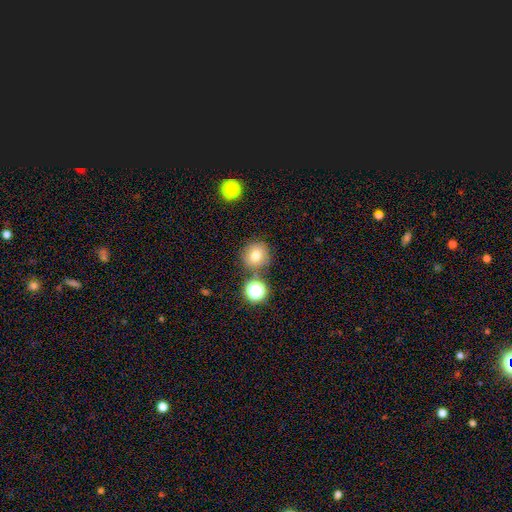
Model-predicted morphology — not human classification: smooth-or-featured: smooth: 76% | star or artifact: 15% | featured or disk: 10%
  how-rounded: round: 91% | in between: 9% | cigar-shaped: 1%
  merging: none: 78% | merger: 10% | minor disturbance: 9% | major disturbance: 3%